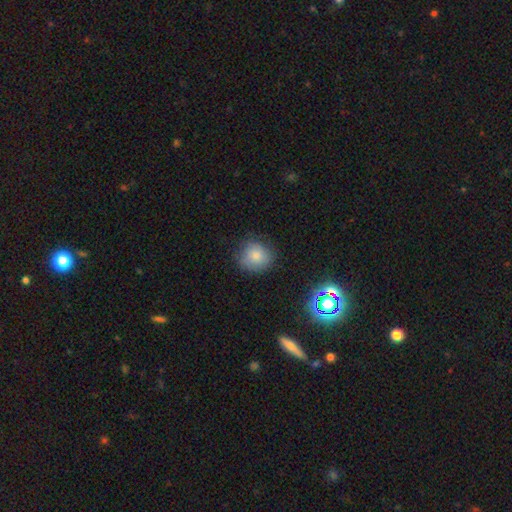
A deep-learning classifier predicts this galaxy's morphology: This is likely a smooth galaxy (78%). How rounded: clearly round (84%). Merging: likely none (74%).